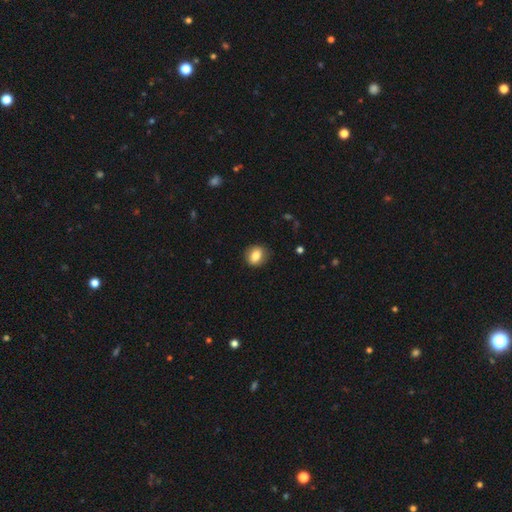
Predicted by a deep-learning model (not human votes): A smooth galaxy with no disk features (81%) that is round (55%). Merging: none (86%).